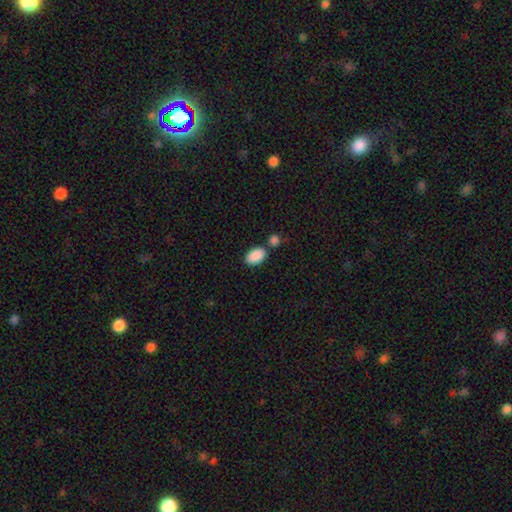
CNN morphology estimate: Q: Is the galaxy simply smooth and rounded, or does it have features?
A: smooth — 90%.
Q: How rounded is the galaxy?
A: in between — 93%.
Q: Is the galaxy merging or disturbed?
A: none — 71%.